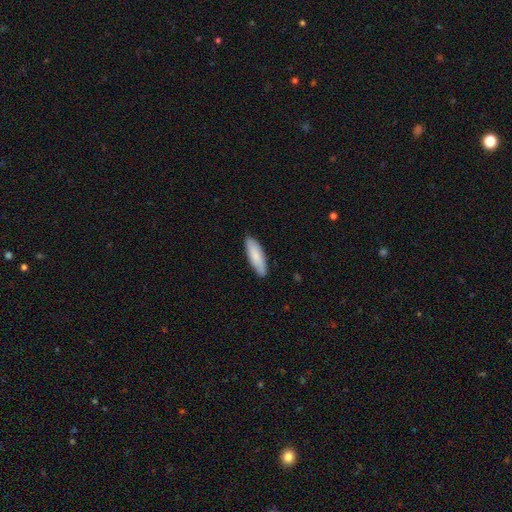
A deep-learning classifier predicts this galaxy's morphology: Q: Smooth or featured?
A: smooth (82%); runner-up: featured or disk (13%)
Q: How rounded?
A: in between (53%); runner-up: cigar-shaped (46%)
Q: Merging?
A: none (86%); runner-up: minor disturbance (11%)